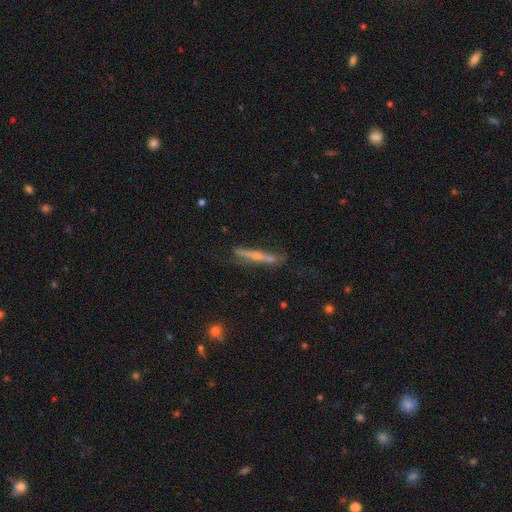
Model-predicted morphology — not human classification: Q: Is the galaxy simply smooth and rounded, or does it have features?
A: featured or disk — 57%.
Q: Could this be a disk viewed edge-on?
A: yes — 86%.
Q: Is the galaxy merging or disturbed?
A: none — 58%.